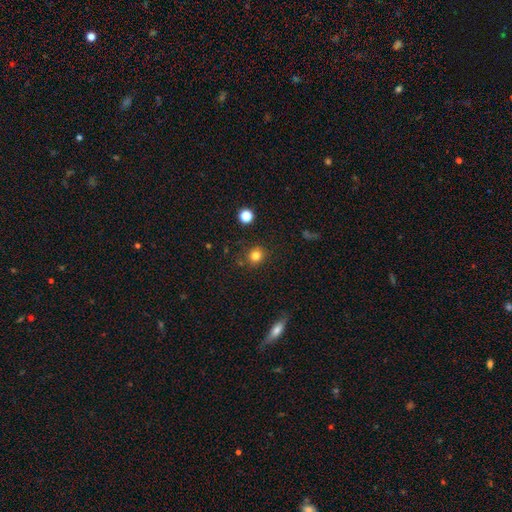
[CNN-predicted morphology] Q: Smooth or featured?
A: smooth (81%); runner-up: star or artifact (13%)
Q: How rounded?
A: round (87%); runner-up: in between (12%)
Q: Merging?
A: none (84%); runner-up: minor disturbance (10%)